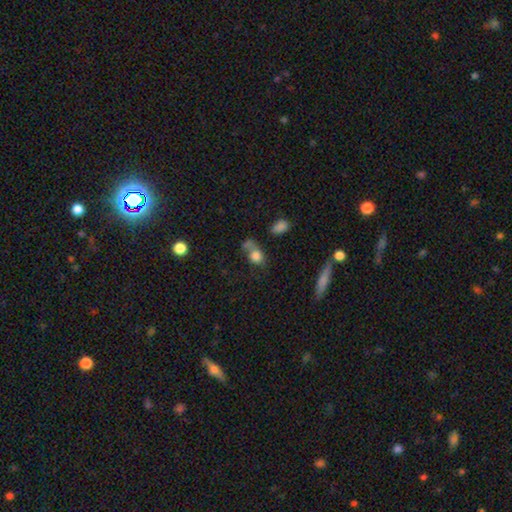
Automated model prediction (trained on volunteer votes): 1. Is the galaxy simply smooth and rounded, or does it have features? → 77% smooth, 12% featured or disk, 11% star or artifact.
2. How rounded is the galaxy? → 54% in between, 43% round, 3% cigar-shaped.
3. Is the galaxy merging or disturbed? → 35% none, 28% merger, 20% major disturbance, 17% minor disturbance.